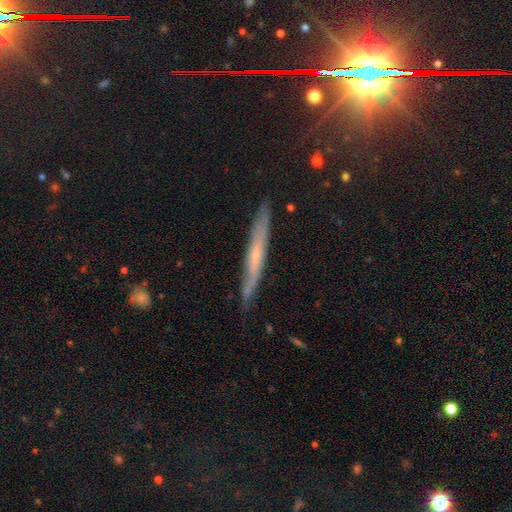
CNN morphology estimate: Smooth or featured? Predicted: featured or disk (p=0.59). Edge-on disk? Predicted: yes (p=0.87). Edge-on bulge? Predicted: none (p=0.61). Merging? Predicted: none (p=0.79).